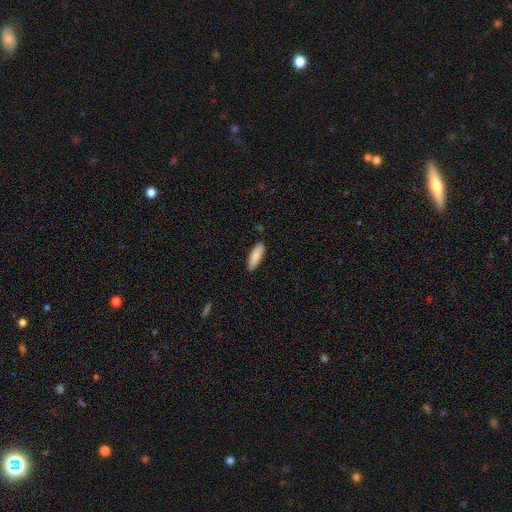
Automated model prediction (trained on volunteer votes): Smooth or featured? smooth (87%)
How rounded? in between (56%)
Merging? none (88%)